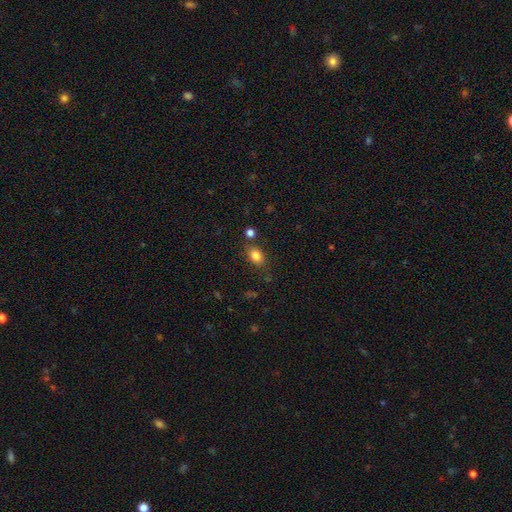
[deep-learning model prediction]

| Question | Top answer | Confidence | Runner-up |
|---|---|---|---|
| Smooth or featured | smooth | 83% | star or artifact (11%) |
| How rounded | in between | 68% | round (30%) |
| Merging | none | 72% | minor disturbance (15%) |